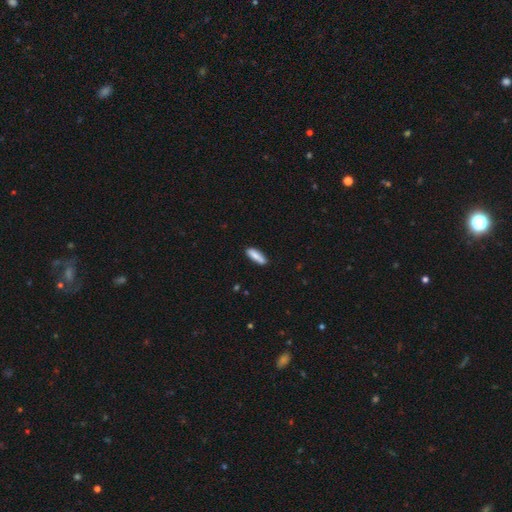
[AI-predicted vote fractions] Overall: smooth (83%). How rounded: cigar-shaped (57%; in between 41%). Merging: none (80%).